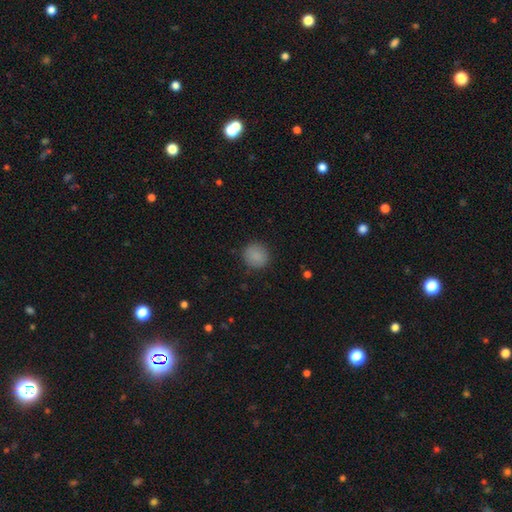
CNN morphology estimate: type=smooth (87%); roundness=round (89%); merging=none (88%).